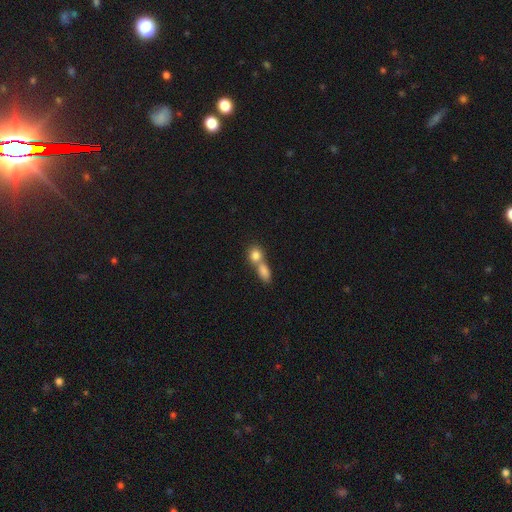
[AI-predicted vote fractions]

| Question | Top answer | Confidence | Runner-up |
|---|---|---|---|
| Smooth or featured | smooth | 81% | featured or disk (10%) |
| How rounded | round | 58% | in between (39%) |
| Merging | merger | 63% | none (28%) |